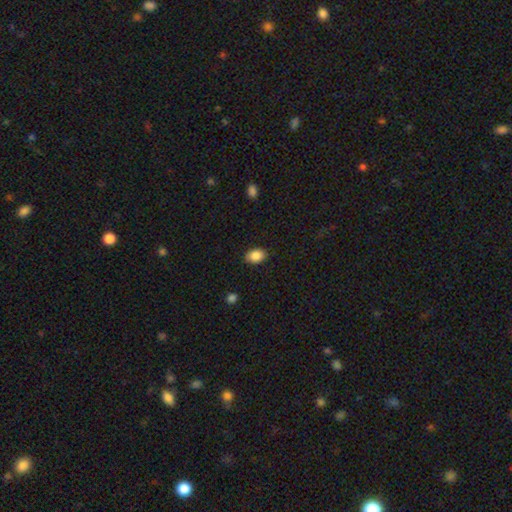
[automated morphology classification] smooth-or-featured: smooth: 88% | star or artifact: 8% | featured or disk: 4%
  how-rounded: in between: 79% | round: 20% | cigar-shaped: 1%
  merging: none: 87% | minor disturbance: 9% | major disturbance: 2% | merger: 1%